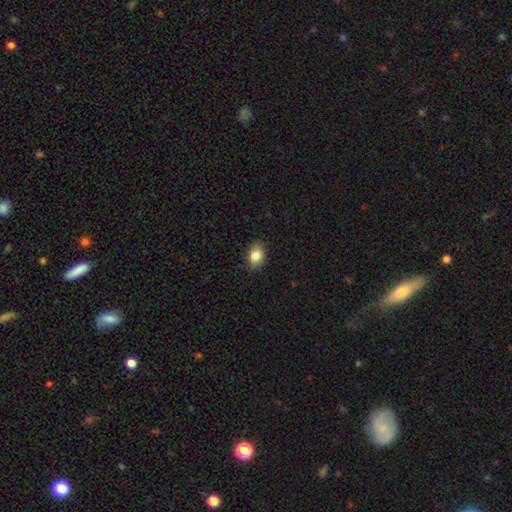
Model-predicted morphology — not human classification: Smooth or featured: smooth — 85% (star or artifact — 9%)
How rounded: in between — 72% (round — 26%)
Merging: none — 84% (minor disturbance — 13%)